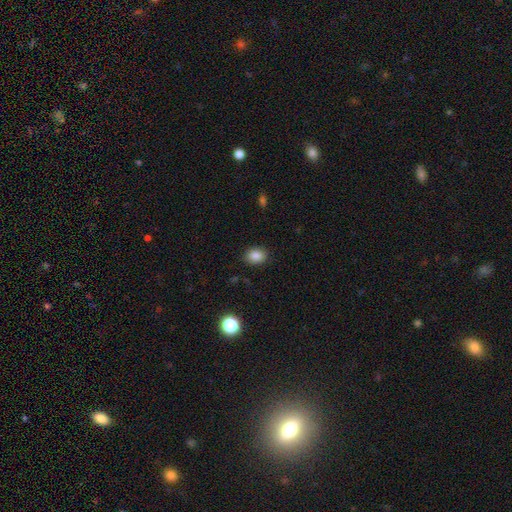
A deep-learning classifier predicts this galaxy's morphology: A smooth galaxy with no disk features (86%) that is in between round and cigar-shaped (58%). Merging: none (88%).